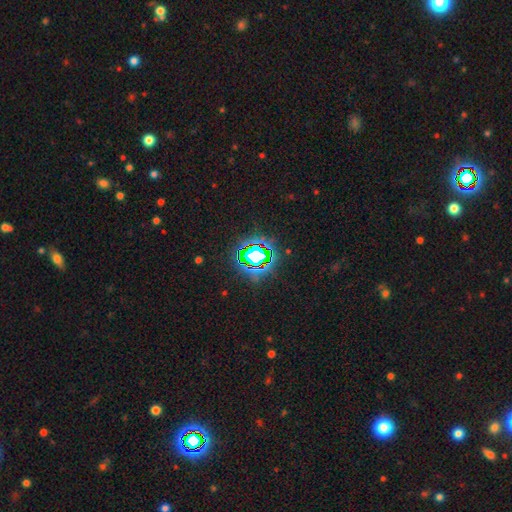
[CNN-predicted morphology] smooth_or_featured: star or artifact (p=0.74) [alt: smooth p=0.16]